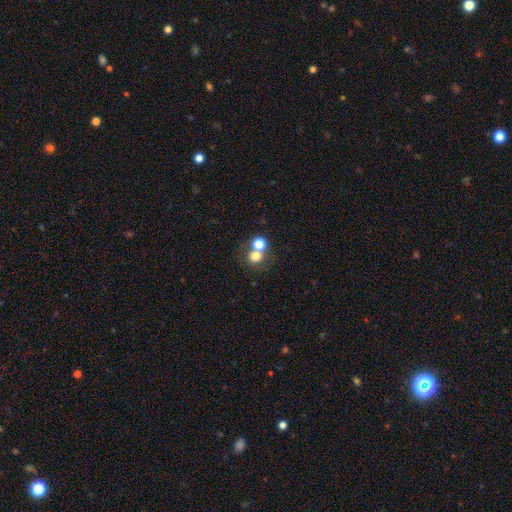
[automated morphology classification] Smooth or featured: smooth — 71% (star or artifact — 15%)
How rounded: round — 82% (in between — 17%)
Merging: merger — 45% (tied with none — 45%)